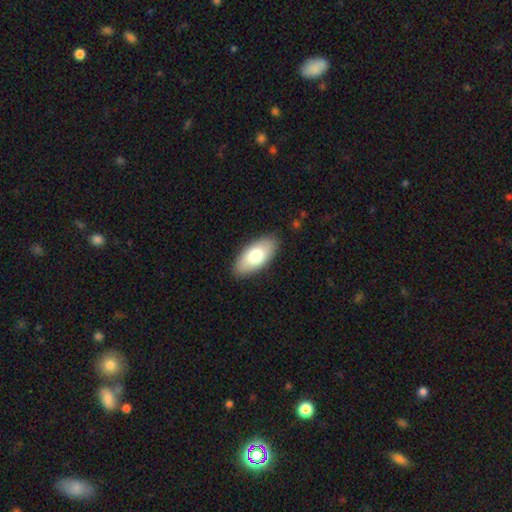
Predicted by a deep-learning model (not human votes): A smooth galaxy with no disk features (75%) that is in between round and cigar-shaped (92%).

Vote fractions:
- Smooth or featured? smooth: 75% / featured or disk: 20% / star or artifact: 6%
- How rounded? in between: 92% / cigar-shaped: 6% / round: 2%
- Merging? none: 88% / minor disturbance: 9% / major disturbance: 2% / merger: 1%